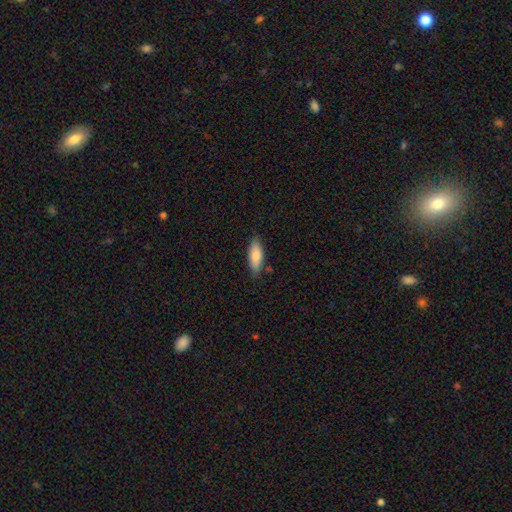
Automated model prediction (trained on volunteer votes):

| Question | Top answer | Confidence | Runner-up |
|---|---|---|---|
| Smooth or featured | smooth | 83% | featured or disk (12%) |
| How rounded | in between | 74% | cigar-shaped (24%) |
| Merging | none | 80% | minor disturbance (15%) |